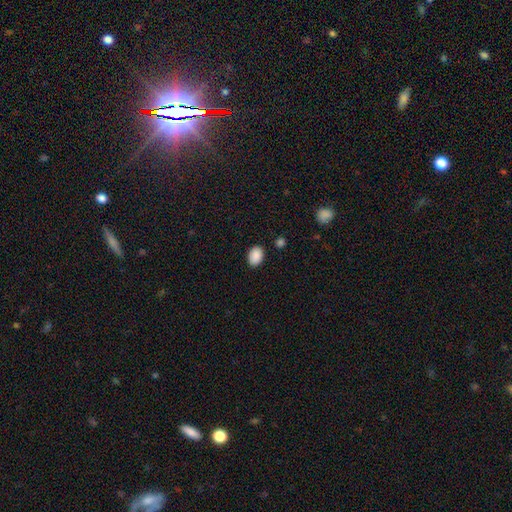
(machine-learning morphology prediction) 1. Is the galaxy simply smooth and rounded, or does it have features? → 90% smooth, 7% star or artifact, 3% featured or disk.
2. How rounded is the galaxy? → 79% in between, 20% round, 1% cigar-shaped.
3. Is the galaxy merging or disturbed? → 86% none, 10% minor disturbance, 2% major disturbance, 2% merger.